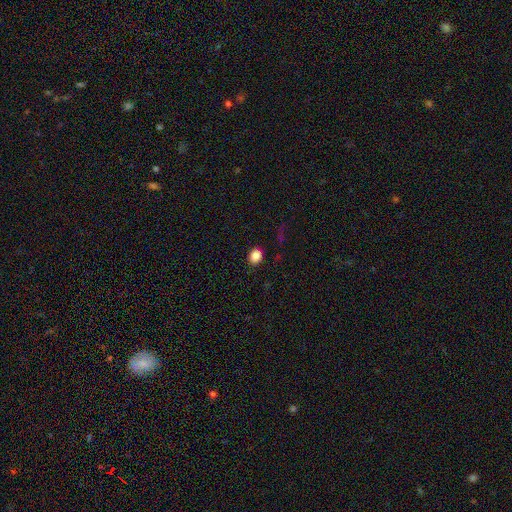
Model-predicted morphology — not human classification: A smooth galaxy with no disk features (86%) that is round (57%). Merging: none (88%).